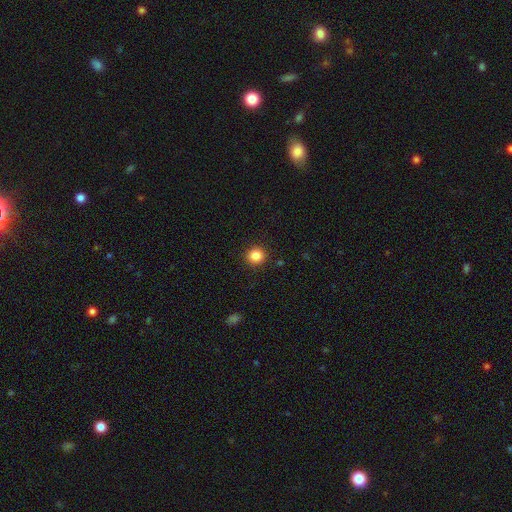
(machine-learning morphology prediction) Smooth or featured: smooth — 85% (star or artifact — 11%)
How rounded: round — 92% (in between — 7%)
Merging: none — 92% (minor disturbance — 5%)